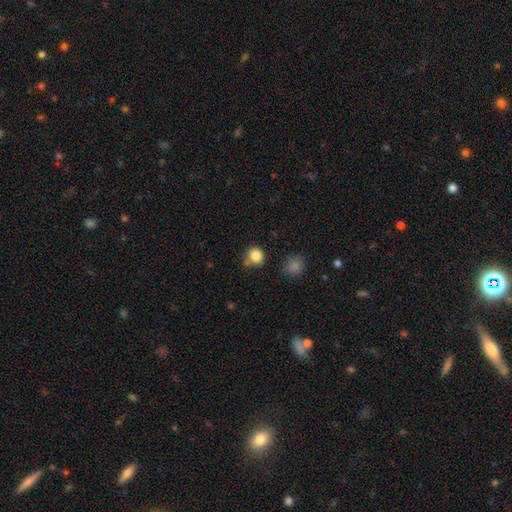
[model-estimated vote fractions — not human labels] smooth 84%, star or artifact 10%, featured or disk 5%. Down the decision tree: how rounded — round (86%); merging — none (69%).